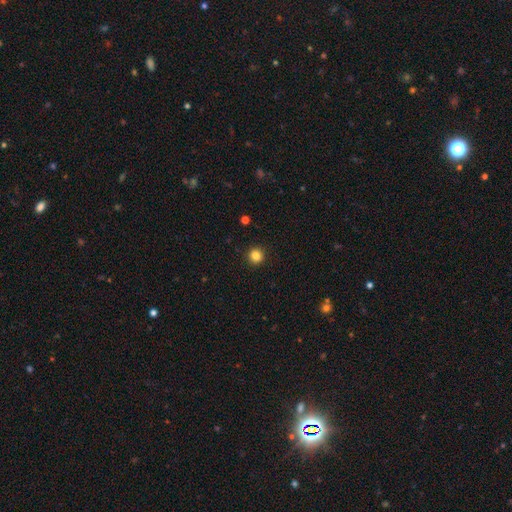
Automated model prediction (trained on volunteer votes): Morphology: type=smooth (85%); roundness=round (93%); merging=none (93%).